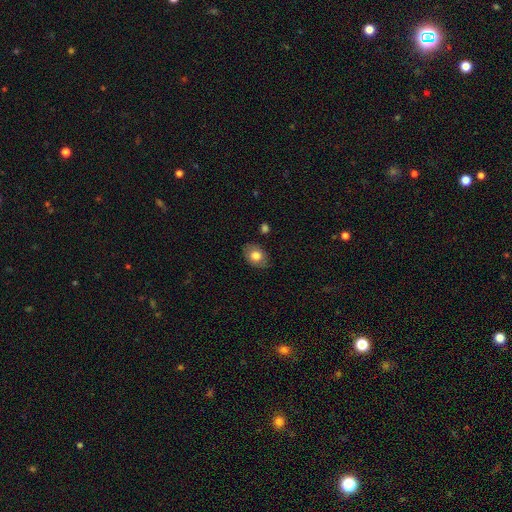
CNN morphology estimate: Overall: smooth (75%). How rounded: in between (69%; round 30%). Merging: none (81%).